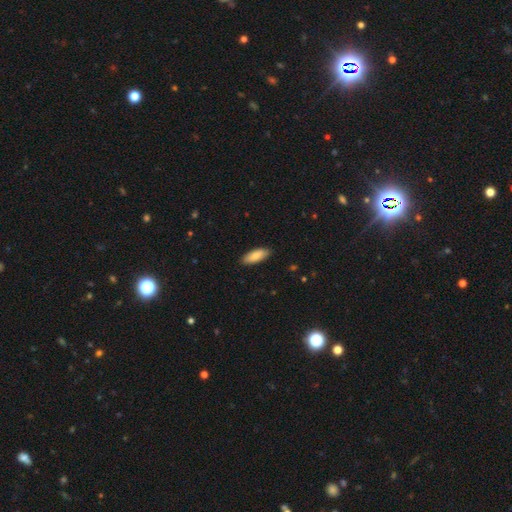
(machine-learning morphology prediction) The model was most divided on "how rounded": in between: 76%, cigar-shaped: 23%, round: 2%. More confident: merging — none (88%); smooth or featured — smooth (86%).